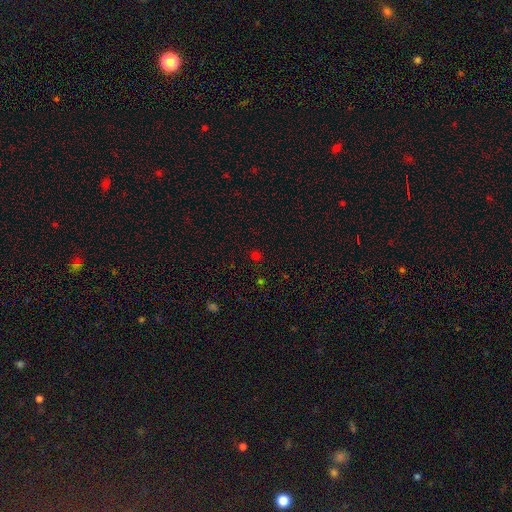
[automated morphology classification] Smooth or featured: smooth — 62% (star or artifact — 33%)
How rounded: round — 85% (in between — 14%)
Merging: none — 86% (minor disturbance — 9%)